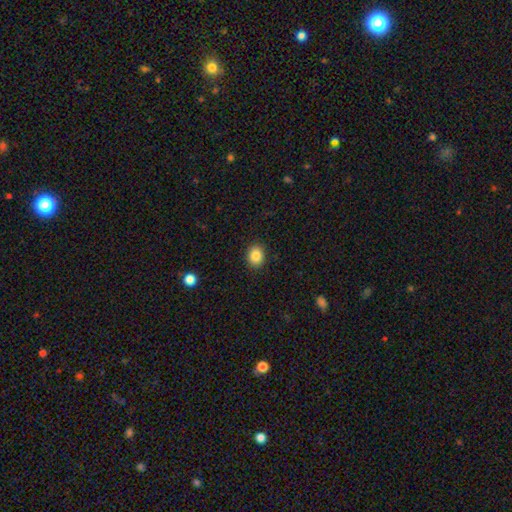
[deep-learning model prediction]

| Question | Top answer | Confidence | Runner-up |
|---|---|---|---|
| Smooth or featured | smooth | 86% | star or artifact (9%) |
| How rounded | round | 58% | in between (41%) |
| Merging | none | 90% | minor disturbance (7%) |